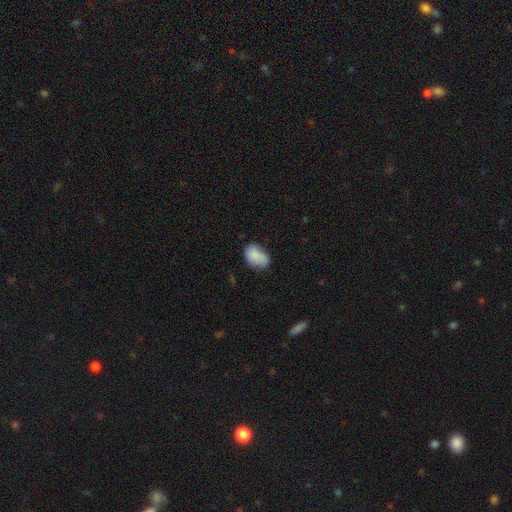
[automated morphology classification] This appears to be a smooth galaxy with no disk features (83%) that is in between round and cigar-shaped (82%). Merging: none (53%).